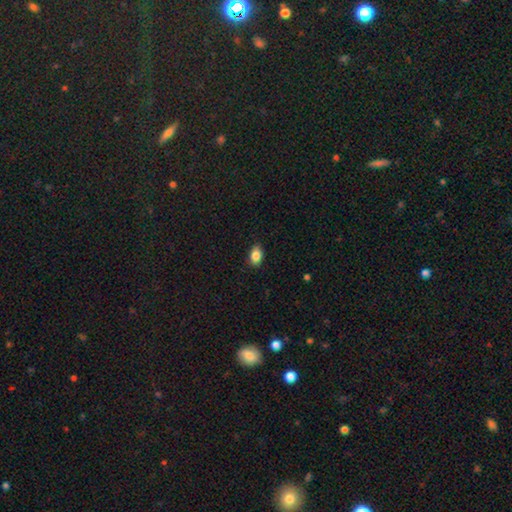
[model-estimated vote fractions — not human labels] Smooth or featured? Predicted: smooth (p=0.86). How rounded? Predicted: in between (p=0.85). Merging? Predicted: none (p=0.84).